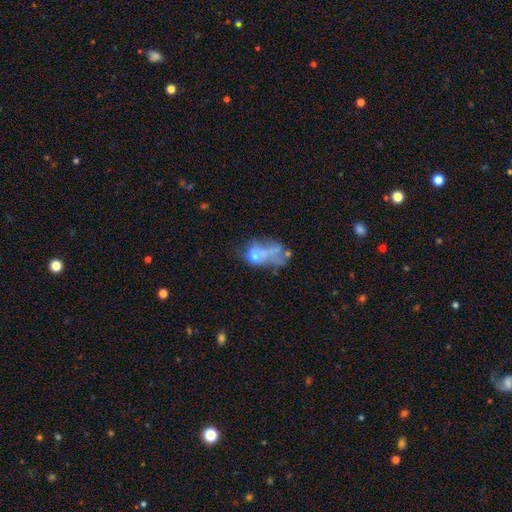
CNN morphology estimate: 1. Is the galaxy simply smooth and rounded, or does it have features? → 39% featured or disk, 37% smooth, 24% star or artifact.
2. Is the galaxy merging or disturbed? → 35% major disturbance, 30% none, 17% minor disturbance, 17% merger.